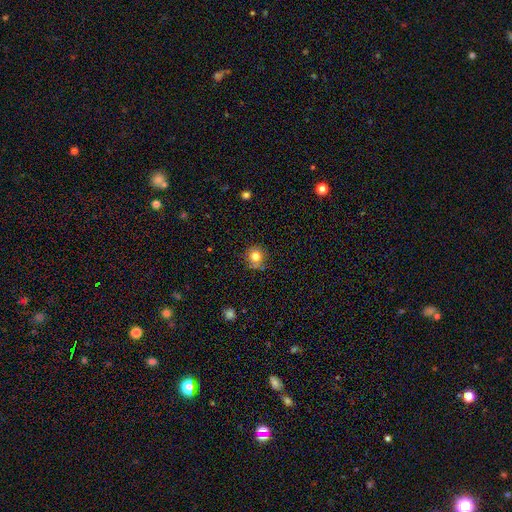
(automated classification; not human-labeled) A smooth galaxy with no disk features (78%) that is round (91%). Merging: none (79%).